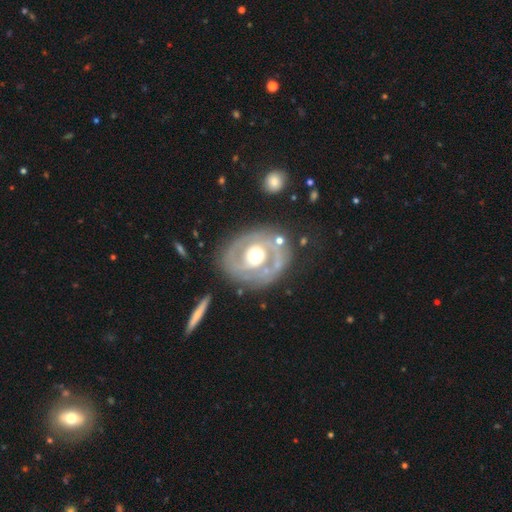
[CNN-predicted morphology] Smooth or featured? featured or disk (78%)
Edge-on disk? no (96%)
Bar? no (60%)
Spiral arms? yes (63%)
Bulge size? moderate (57%)
Merging? none (74%)